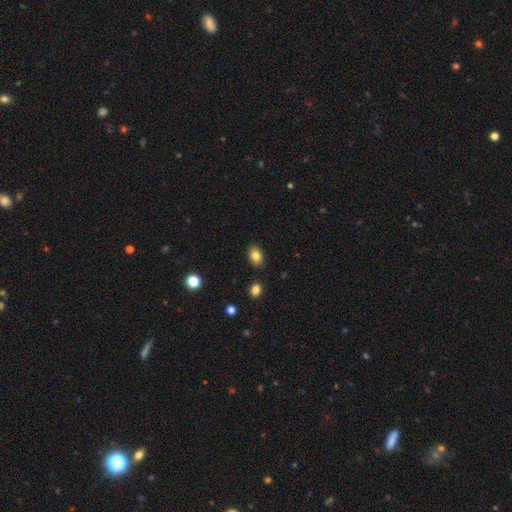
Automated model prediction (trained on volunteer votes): Morphology: type=smooth (83%); roundness=in between (76%); merging=none (87%).